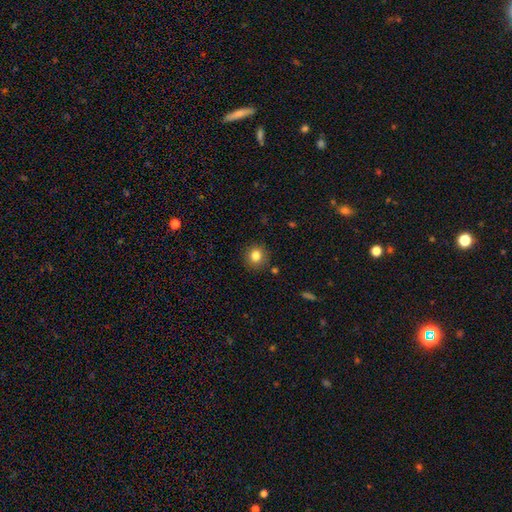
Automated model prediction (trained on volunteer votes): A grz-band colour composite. It shows a smooth galaxy with no disk features (82%) that is round (90%). Merging: none (89%).